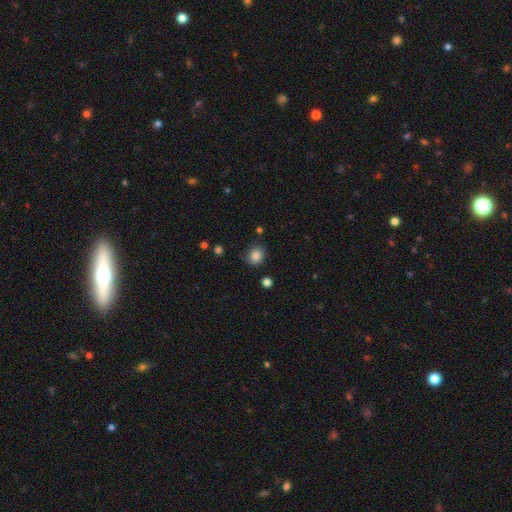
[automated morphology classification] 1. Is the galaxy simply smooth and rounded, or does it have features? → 85% smooth, 11% star or artifact, 5% featured or disk.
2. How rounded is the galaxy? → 71% round, 28% in between, 1% cigar-shaped.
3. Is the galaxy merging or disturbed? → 77% none, 17% minor disturbance, 4% major disturbance, 3% merger.